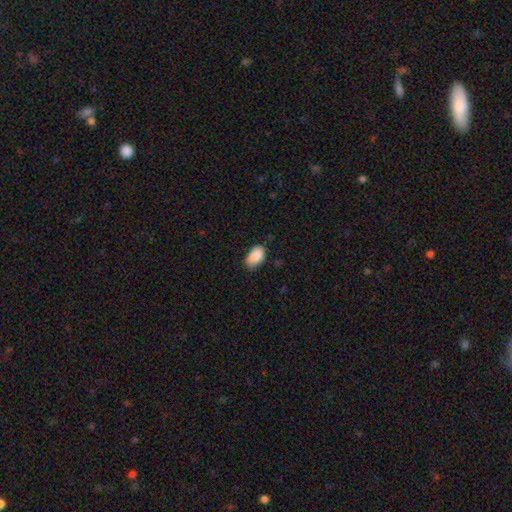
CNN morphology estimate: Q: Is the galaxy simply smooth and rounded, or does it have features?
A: smooth — 88%.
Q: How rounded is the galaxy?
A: in between — 92%.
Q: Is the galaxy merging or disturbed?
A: none — 62%.